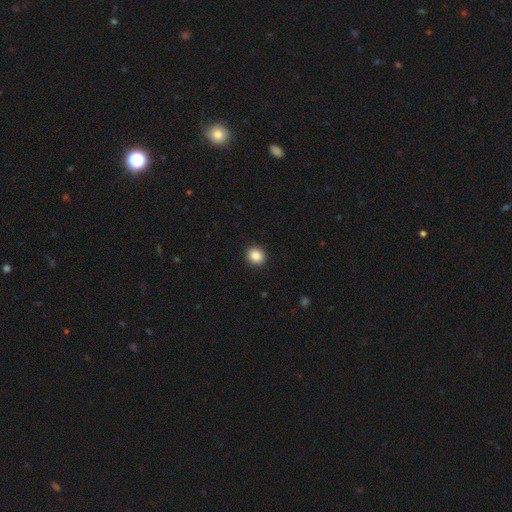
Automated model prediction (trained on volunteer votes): Overall: smooth (88%). How rounded: round (76%). Merging: none (92%).